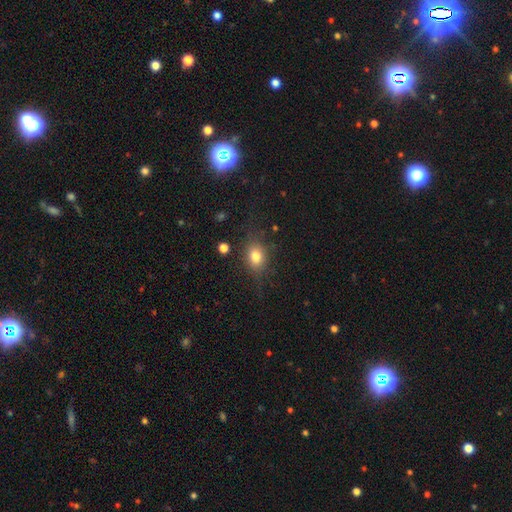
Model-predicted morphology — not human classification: type=smooth (78%); roundness=in between (61%); merging=none (75%).